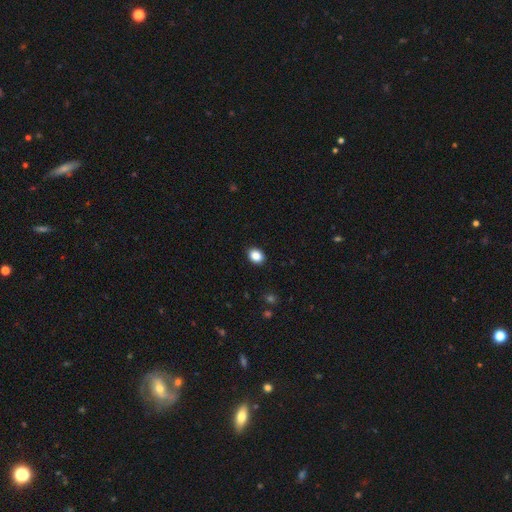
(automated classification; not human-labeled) A smooth galaxy with no disk features (87%) that is in between round and cigar-shaped (58%). Merging: none (91%).